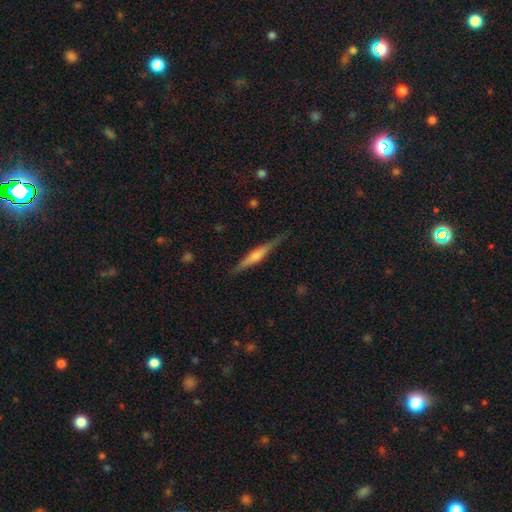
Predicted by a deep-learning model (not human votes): This is likely a featured or disk galaxy (63%). It is clearly viewed edge-on (97%). Edge-on bulge: likely rounded (63%). Merging: clearly none (86%).